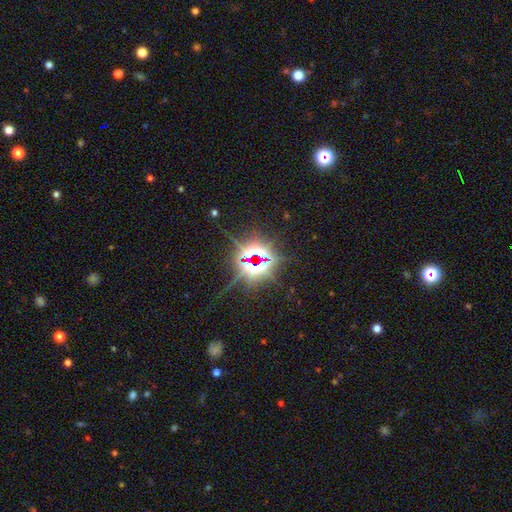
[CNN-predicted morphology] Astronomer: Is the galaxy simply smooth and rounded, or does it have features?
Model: star or artifact — 84%.